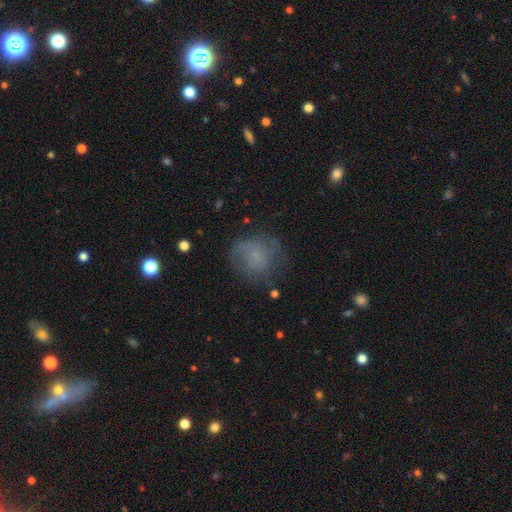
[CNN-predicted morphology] smooth-or-featured: smooth: 57% | featured or disk: 29% | star or artifact: 14%
  how-rounded: round: 77% | in between: 22% | cigar-shaped: 1%
  merging: none: 61% | minor disturbance: 22% | major disturbance: 16% | merger: 2%